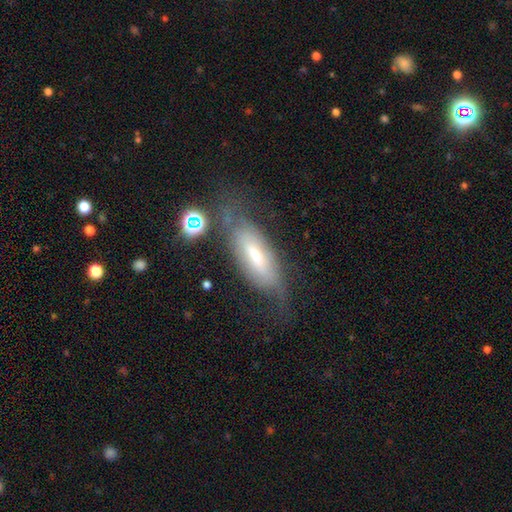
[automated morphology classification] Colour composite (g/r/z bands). It shows a featured or disk galaxy (50%). Merging: none (51%).